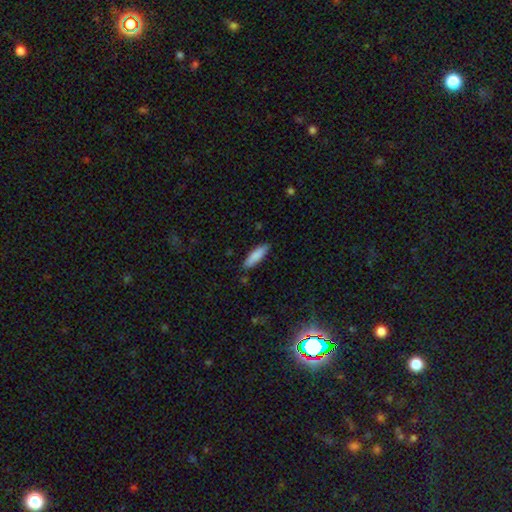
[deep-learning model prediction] A smooth galaxy with no disk features (85%) that is cigar-shaped (61%). Merging: none (85%).